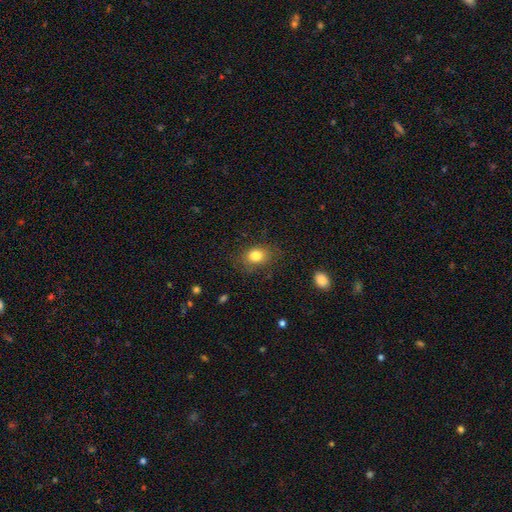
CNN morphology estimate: A smooth galaxy with no disk features (82%) that is in between round and cigar-shaped (53%).

Vote fractions:
- Smooth or featured? smooth: 82% / star or artifact: 11% / featured or disk: 8%
- How rounded? in between: 53% / round: 46% / cigar-shaped: 1%
- Merging? none: 78% / minor disturbance: 15% / major disturbance: 5% / merger: 1%